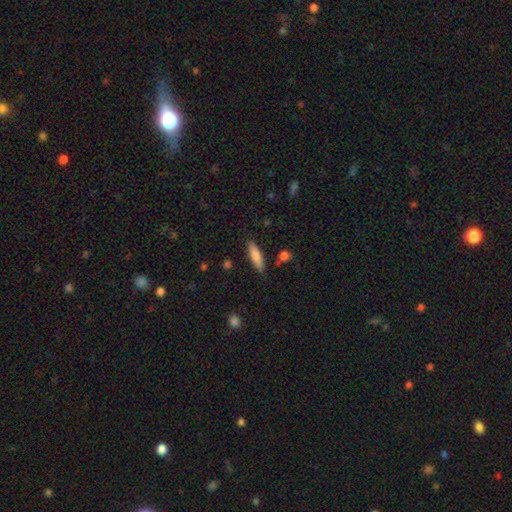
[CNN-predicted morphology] A smooth galaxy with no disk features (81%) that is cigar-shaped (65%). Merging: none (85%).